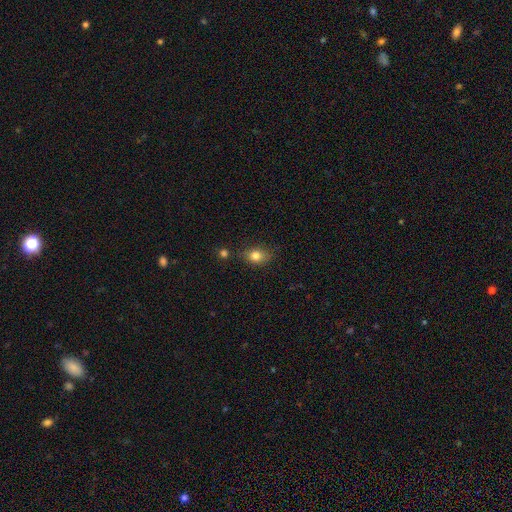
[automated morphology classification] A smooth galaxy with no disk features (81%) that is in between round and cigar-shaped (68%). Merging: none (73%).